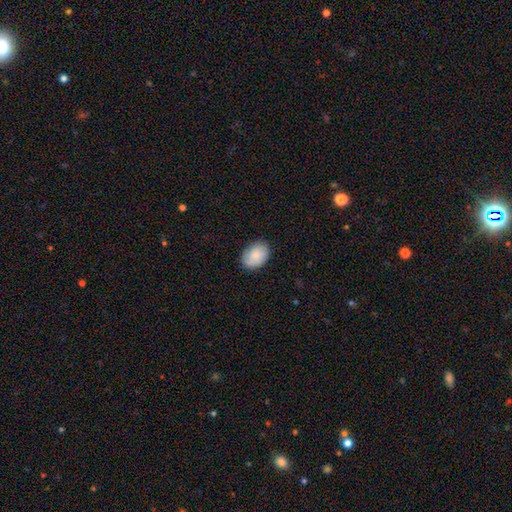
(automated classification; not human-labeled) The model was most divided on "how rounded": in between: 80%, round: 19%, cigar-shaped: 1%. More confident: merging — none (84%); smooth or featured — smooth (82%).